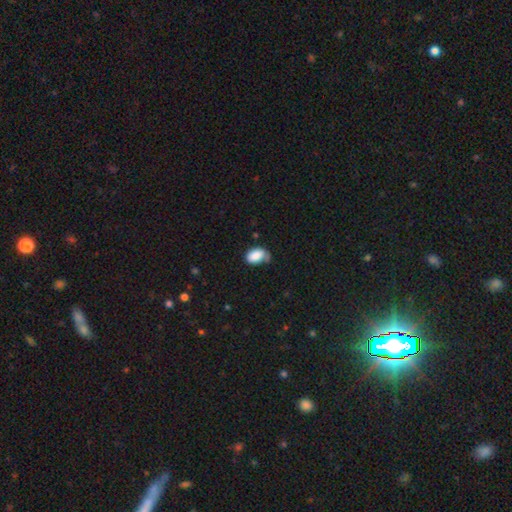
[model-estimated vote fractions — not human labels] Smooth or featured?
  - smooth: 86% *
  - star or artifact: 7%
  - featured or disk: 7%
How rounded?
  - in between: 87% *
  - round: 12%
  - cigar-shaped: 1%
Merging?
  - none: 47% *
  - minor disturbance: 36%
  - major disturbance: 13%
  - merger: 5%